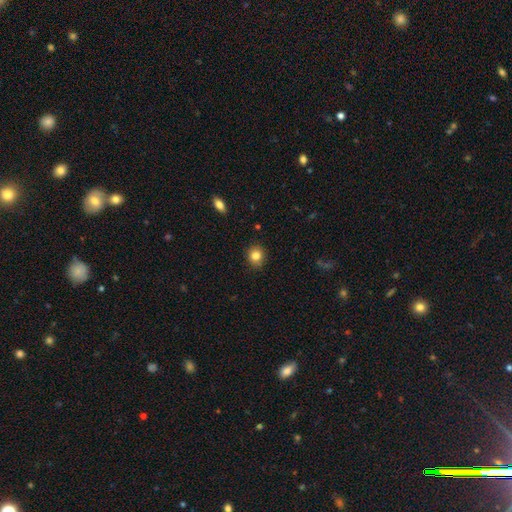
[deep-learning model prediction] Smooth or featured: smooth — 83% (star or artifact — 10%)
How rounded: round — 77% (in between — 22%)
Merging: none — 88% (minor disturbance — 9%)